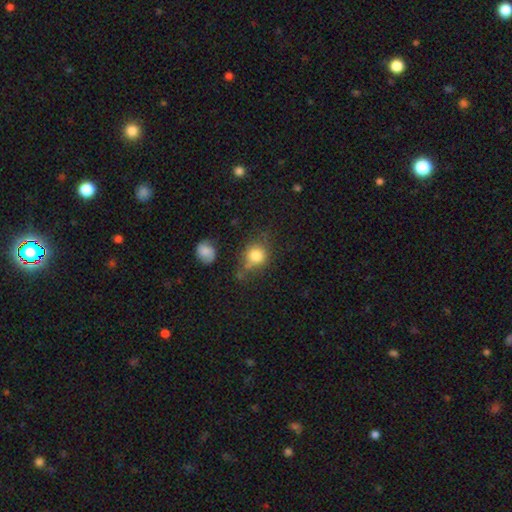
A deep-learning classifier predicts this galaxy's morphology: Smooth or featured? smooth (80%)
How rounded? round (78%)
Merging? none (59%)